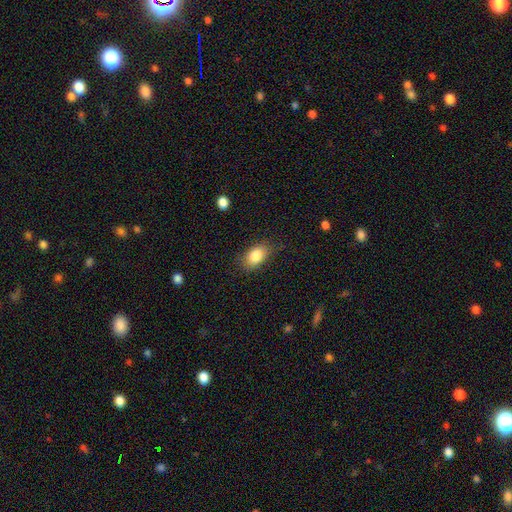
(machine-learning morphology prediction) This appears to be a smooth galaxy with no disk features (83%) that is in between round and cigar-shaped (86%). Merging: none (78%).